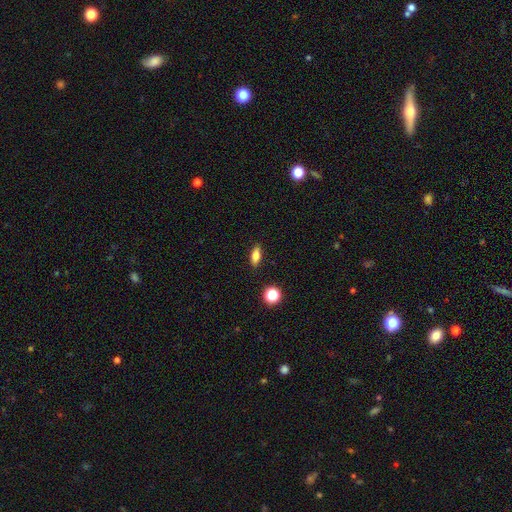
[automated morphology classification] Smooth or featured: smooth — 78% (featured or disk — 13%)
How rounded: in between — 75% (cigar-shaped — 19%)
Merging: none — 88% (minor disturbance — 8%)